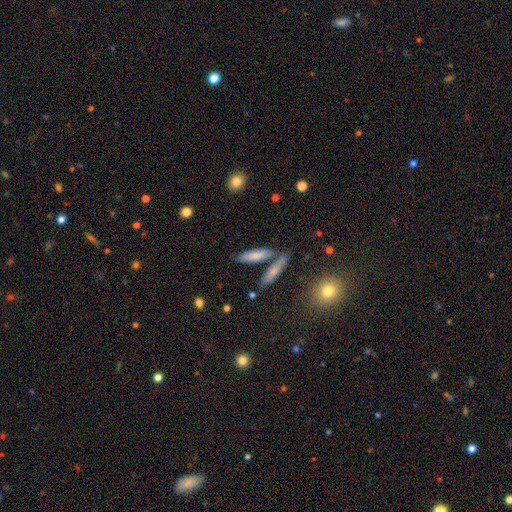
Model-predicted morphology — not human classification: Smooth or featured?
  - smooth: 75% *
  - featured or disk: 17%
  - star or artifact: 8%
How rounded?
  - cigar-shaped: 70% *
  - in between: 28%
  - round: 3%
Merging?
  - none: 68% *
  - merger: 17%
  - minor disturbance: 12%
  - major disturbance: 4%